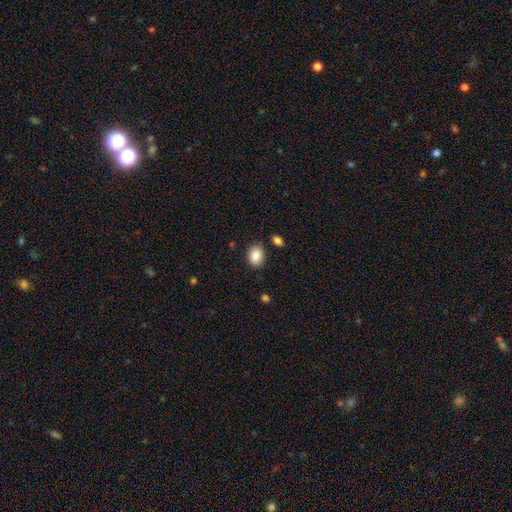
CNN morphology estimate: The model was most divided on "how rounded": in between: 65%, round: 34%, cigar-shaped: 1%. More confident: smooth or featured — smooth (88%); merging — none (82%).